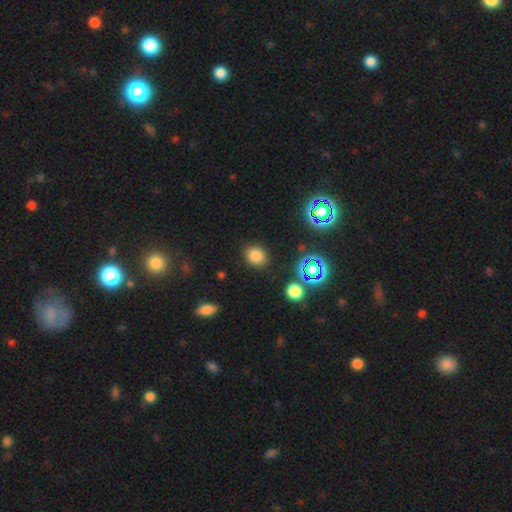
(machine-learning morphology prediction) Overall: smooth (78%). How rounded: round (62%; in between 37%). Merging: none (87%).